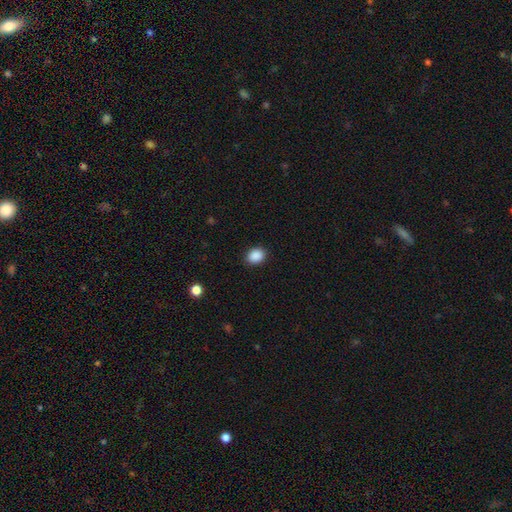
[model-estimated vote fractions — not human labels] Smooth or featured? Predicted: smooth (p=0.89). How rounded? Predicted: in between (p=0.56). Merging? Predicted: none (p=0.89).